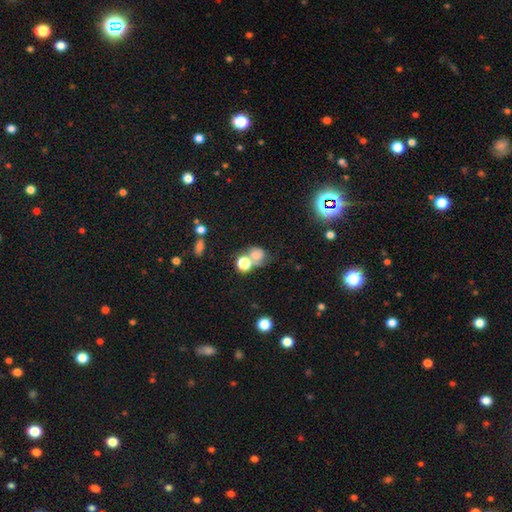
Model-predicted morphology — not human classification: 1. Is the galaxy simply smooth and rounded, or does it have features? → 62% smooth, 21% featured or disk, 18% star or artifact.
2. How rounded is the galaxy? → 64% round, 35% in between, 1% cigar-shaped.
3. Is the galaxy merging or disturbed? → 41% merger, 31% none, 14% minor disturbance, 14% major disturbance.